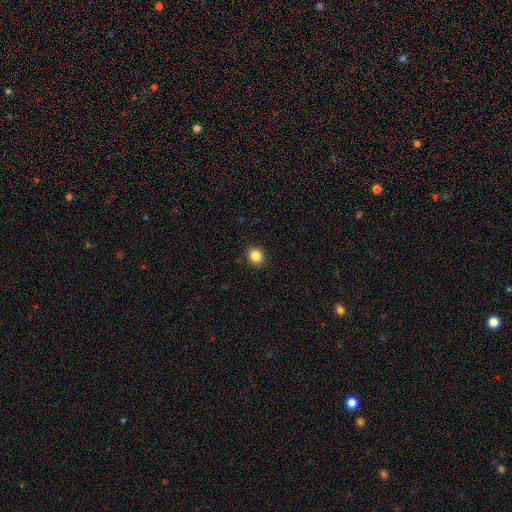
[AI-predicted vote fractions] smooth 84%, star or artifact 11%, featured or disk 5%. Down the decision tree: how rounded — round (71%); merging — none (91%).